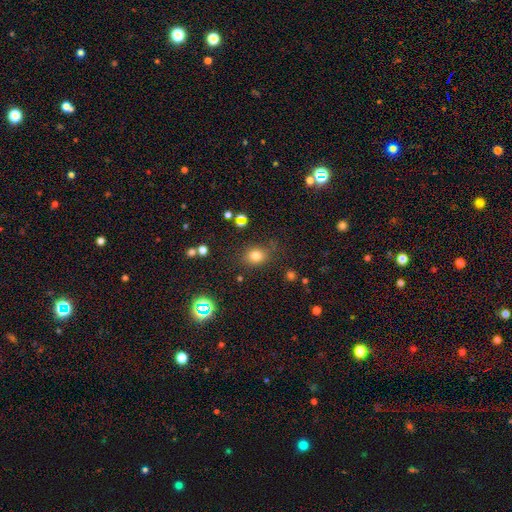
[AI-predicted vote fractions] Smooth or featured?
  - smooth: 76% *
  - star or artifact: 16%
  - featured or disk: 8%
How rounded?
  - round: 59% *
  - in between: 40%
  - cigar-shaped: 1%
Merging?
  - none: 77% *
  - minor disturbance: 14%
  - major disturbance: 5%
  - merger: 4%